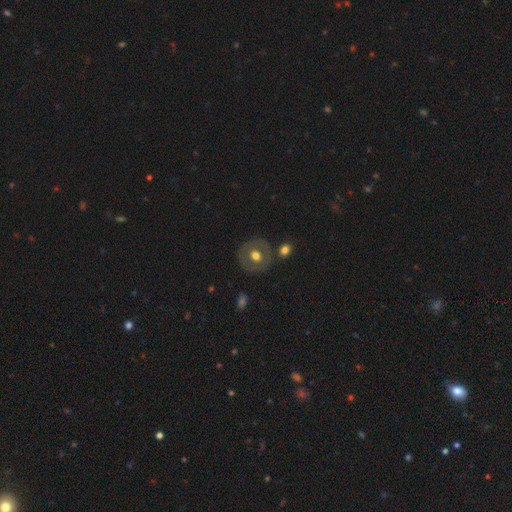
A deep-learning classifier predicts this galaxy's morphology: Overall: smooth (49%; featured or disk 44%). Merging: none (82%).